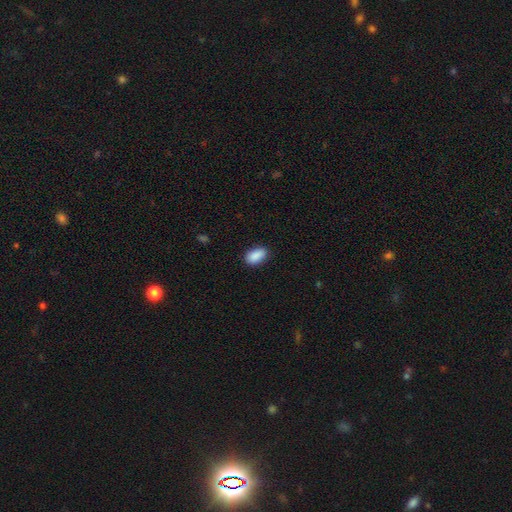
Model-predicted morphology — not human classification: Smooth or featured: smooth — 90% (star or artifact — 7%)
How rounded: in between — 92% (round — 5%)
Merging: none — 85% (minor disturbance — 11%)